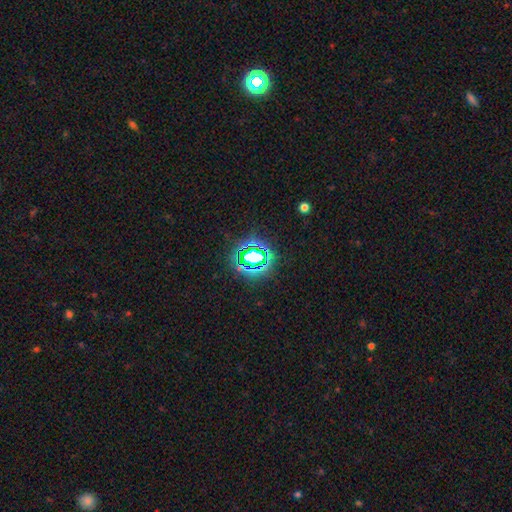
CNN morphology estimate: This is likely a star or artifact rather than a galaxy (72%).